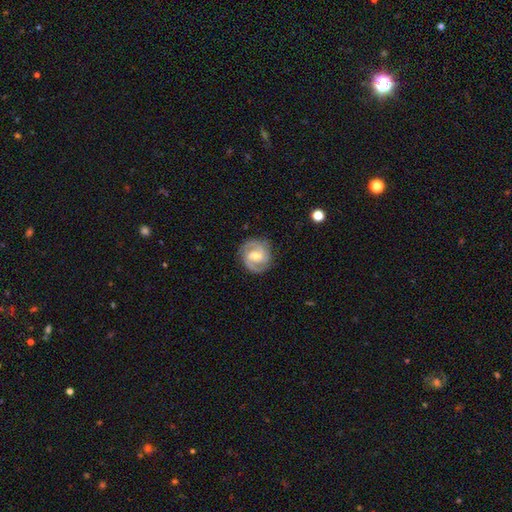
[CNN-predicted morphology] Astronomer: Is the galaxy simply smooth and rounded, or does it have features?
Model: featured or disk — 86%.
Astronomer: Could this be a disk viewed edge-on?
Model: no — 98%.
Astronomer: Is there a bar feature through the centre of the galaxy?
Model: weak — 53%.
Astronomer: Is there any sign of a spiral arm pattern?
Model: yes — 97%.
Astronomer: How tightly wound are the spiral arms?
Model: tight — 46%, tied with medium at 46%.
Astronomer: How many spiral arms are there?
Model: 2 — 82%.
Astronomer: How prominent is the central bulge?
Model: moderate — 58% (runner-up: small, 36%).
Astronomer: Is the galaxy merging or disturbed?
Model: none — 84%.